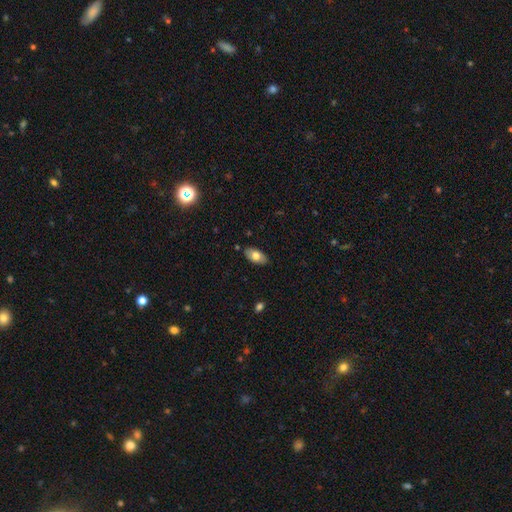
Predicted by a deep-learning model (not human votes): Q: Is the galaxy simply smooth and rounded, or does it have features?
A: smooth — 74%.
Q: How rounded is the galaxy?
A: in between — 94%.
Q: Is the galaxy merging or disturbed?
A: none — 86%.